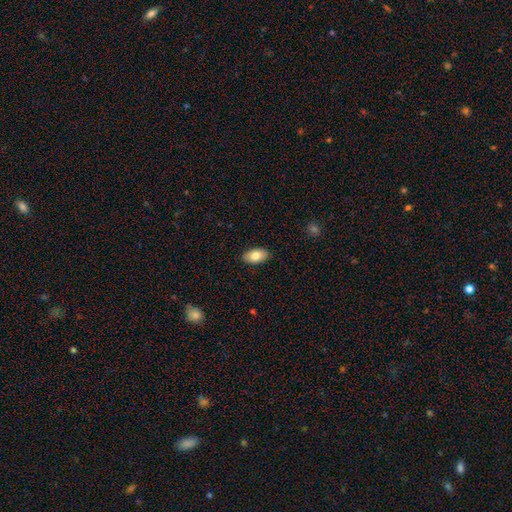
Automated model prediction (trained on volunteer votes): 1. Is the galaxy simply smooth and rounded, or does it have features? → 80% smooth, 14% featured or disk, 6% star or artifact.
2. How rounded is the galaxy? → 94% in between, 4% round, 2% cigar-shaped.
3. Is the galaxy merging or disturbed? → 89% none, 8% minor disturbance, 2% major disturbance, 1% merger.